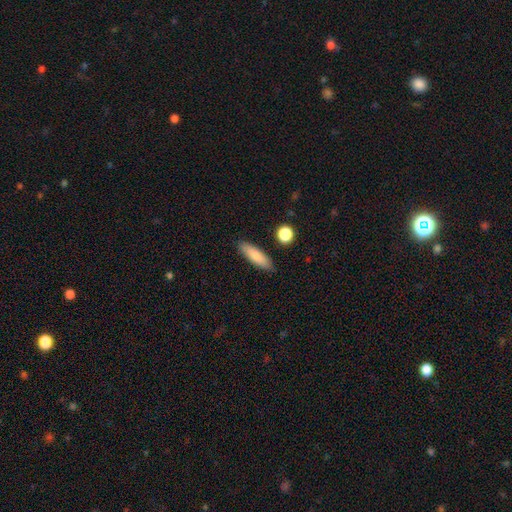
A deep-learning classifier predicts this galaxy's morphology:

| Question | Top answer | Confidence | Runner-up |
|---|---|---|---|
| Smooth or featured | smooth | 82% | featured or disk (11%) |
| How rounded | cigar-shaped | 58% | in between (40%) |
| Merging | none | 86% | minor disturbance (10%) |